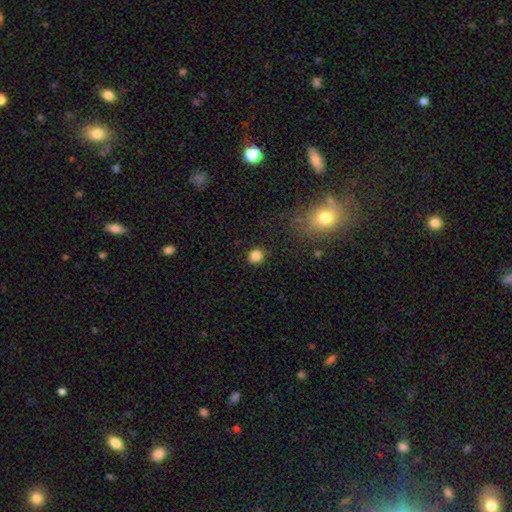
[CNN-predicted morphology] smooth_or_featured: smooth (p=0.85) [alt: star or artifact p=0.11]
how_rounded: round (p=0.89) [alt: in between p=0.10]
merging: none (p=0.89) [alt: minor disturbance p=0.07]